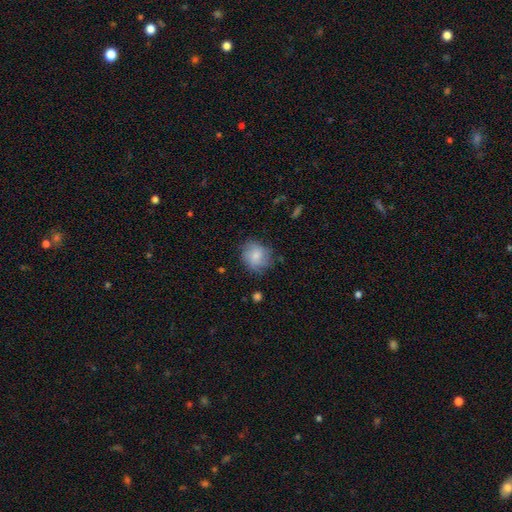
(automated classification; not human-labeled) smooth_or_featured: smooth (p=0.77) [alt: featured or disk p=0.15]
how_rounded: round (p=0.79) [alt: in between p=0.20]
merging: none (p=0.74) [alt: minor disturbance p=0.19]